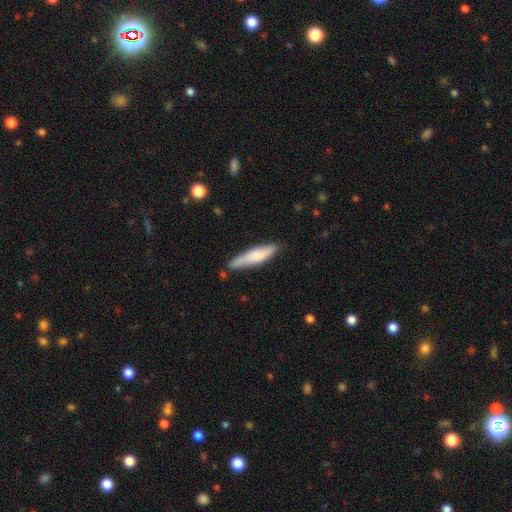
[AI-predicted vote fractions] A smooth galaxy with no disk features (71%) that is cigar-shaped (76%). Merging: none (74%).